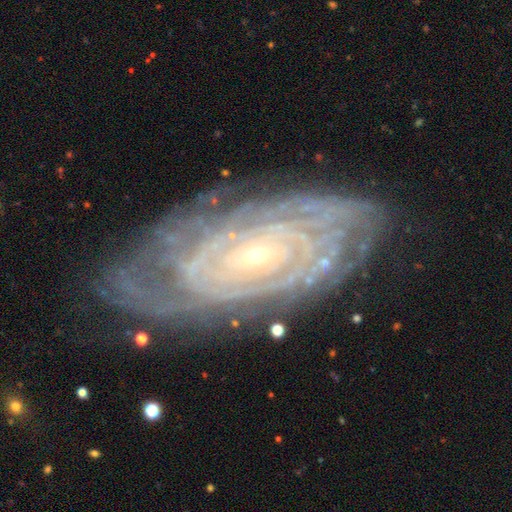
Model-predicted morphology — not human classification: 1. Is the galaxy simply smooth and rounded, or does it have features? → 88% featured or disk, 6% smooth, 6% star or artifact.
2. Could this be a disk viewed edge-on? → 94% no, 6% yes.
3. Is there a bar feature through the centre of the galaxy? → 59% no, 28% weak, 13% strong.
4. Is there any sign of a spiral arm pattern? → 96% yes, 4% no.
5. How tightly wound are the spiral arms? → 85% tight, 12% medium, 2% loose.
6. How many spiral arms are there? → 38% can't tell, 15% 4, 14% more than 4, 14% 2, 12% 3, 6% 1.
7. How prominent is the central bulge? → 84% small, 12% moderate, 2% none, 1% large, 1% dominant.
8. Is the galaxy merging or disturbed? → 73% none, 19% minor disturbance, 6% major disturbance, 2% merger.